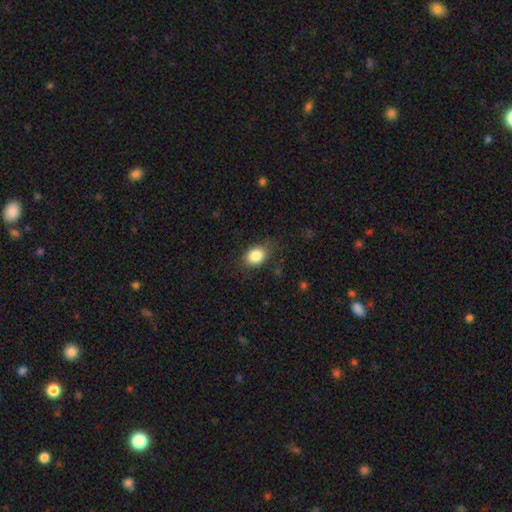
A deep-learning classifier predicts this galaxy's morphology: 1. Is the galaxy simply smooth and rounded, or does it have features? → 85% smooth, 9% star or artifact, 6% featured or disk.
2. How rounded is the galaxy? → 69% in between, 30% round, 1% cigar-shaped.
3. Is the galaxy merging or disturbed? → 78% none, 16% minor disturbance, 5% major disturbance, 1% merger.